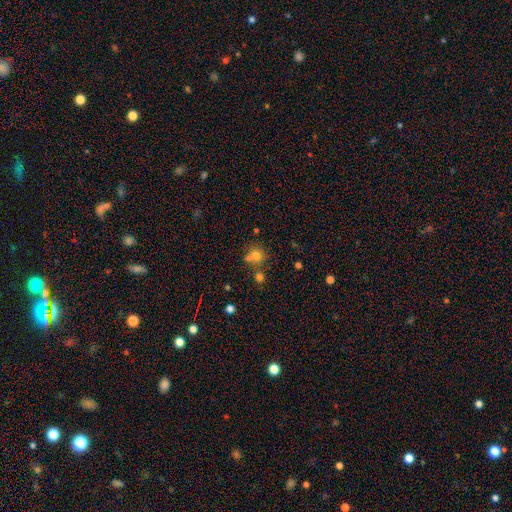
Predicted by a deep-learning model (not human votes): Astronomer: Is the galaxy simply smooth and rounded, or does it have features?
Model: smooth — 71%.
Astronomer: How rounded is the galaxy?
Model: round — 83%.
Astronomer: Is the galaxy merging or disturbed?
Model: none — 52% (runner-up: merger, 34%).